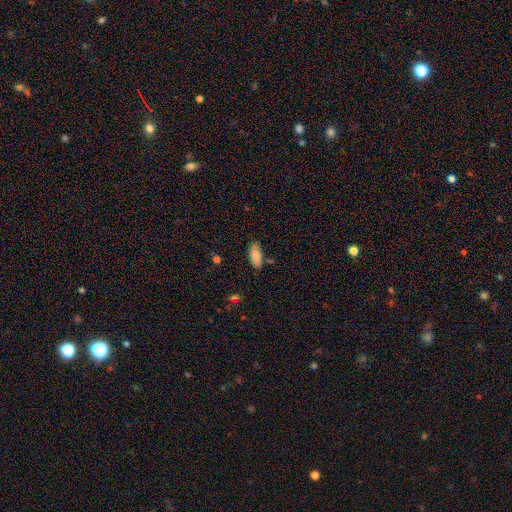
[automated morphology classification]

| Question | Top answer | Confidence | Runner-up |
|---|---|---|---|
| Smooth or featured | smooth | 85% | featured or disk (8%) |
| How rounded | in between | 88% | cigar-shaped (11%) |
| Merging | none | 78% | minor disturbance (16%) |